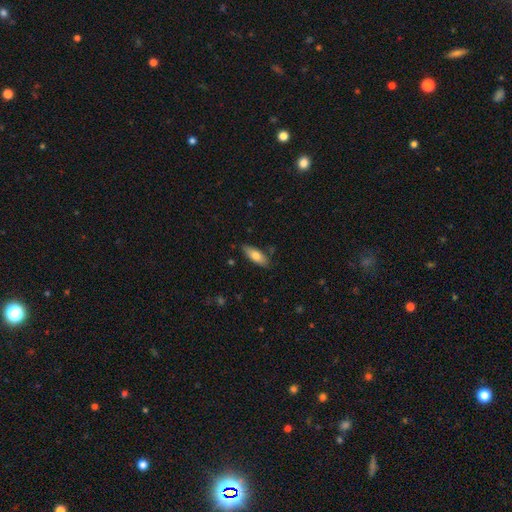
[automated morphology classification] Smooth or featured? Predicted: smooth (p=0.73). How rounded? Predicted: in between (p=0.66). Merging? Predicted: none (p=0.82).